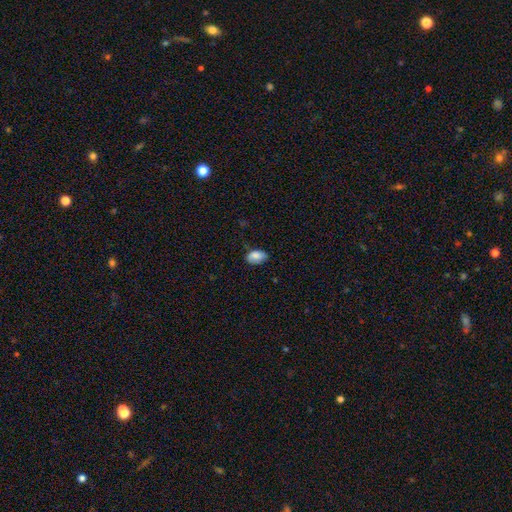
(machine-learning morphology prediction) type=smooth (84%); roundness=in between (91%); merging=none (69%).